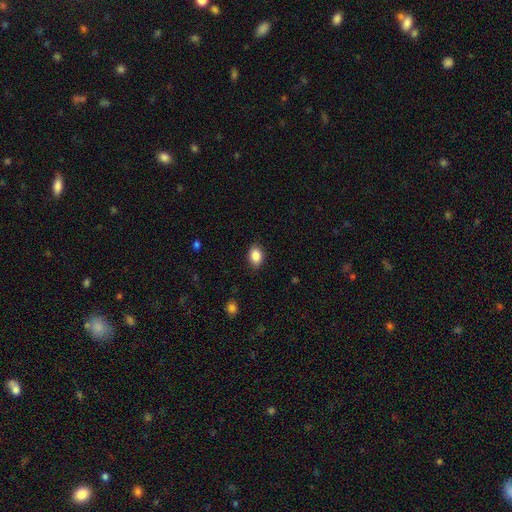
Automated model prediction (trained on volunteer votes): A smooth galaxy with no disk features (87%) that is in between round and cigar-shaped (79%). Merging: none (87%).